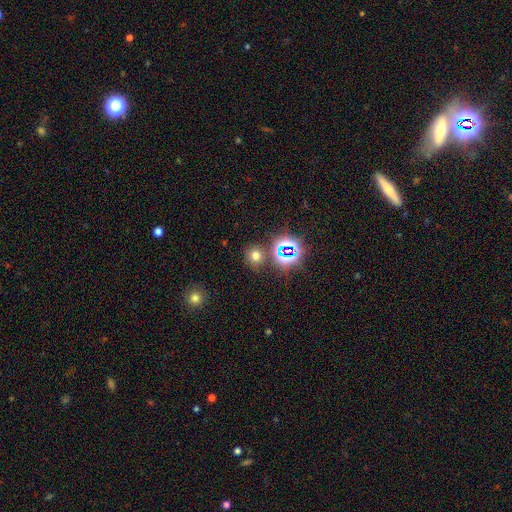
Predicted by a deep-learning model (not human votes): Overall: smooth (62%; star or artifact 30%). How rounded: round (84%). Merging: none (81%).